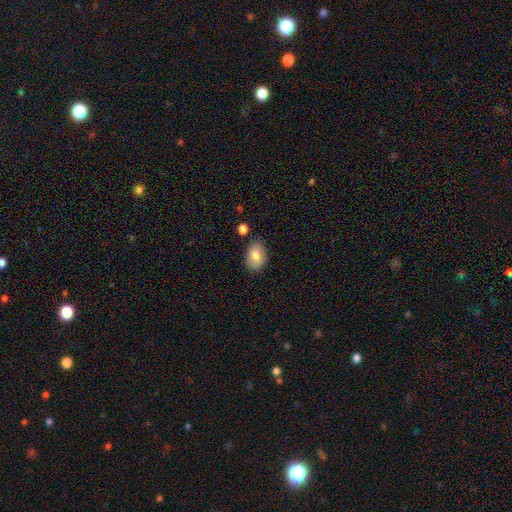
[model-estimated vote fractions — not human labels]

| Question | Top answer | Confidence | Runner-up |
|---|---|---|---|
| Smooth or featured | smooth | 80% | featured or disk (12%) |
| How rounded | in between | 82% | round (17%) |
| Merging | none | 81% | minor disturbance (13%) |